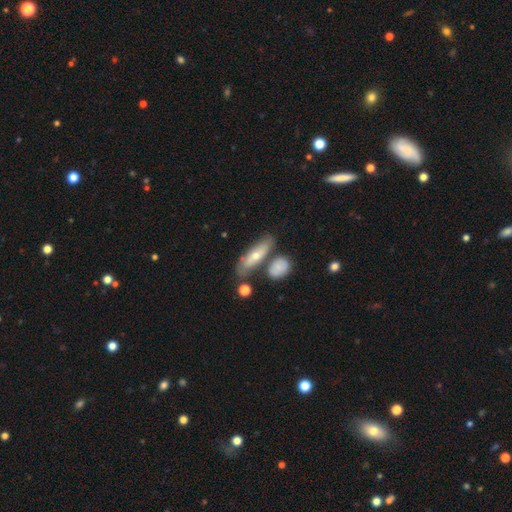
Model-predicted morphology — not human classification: Smooth or featured? Predicted: smooth (p=0.51). How rounded? Predicted: in between (p=0.49). Merging? Predicted: none (p=0.63).